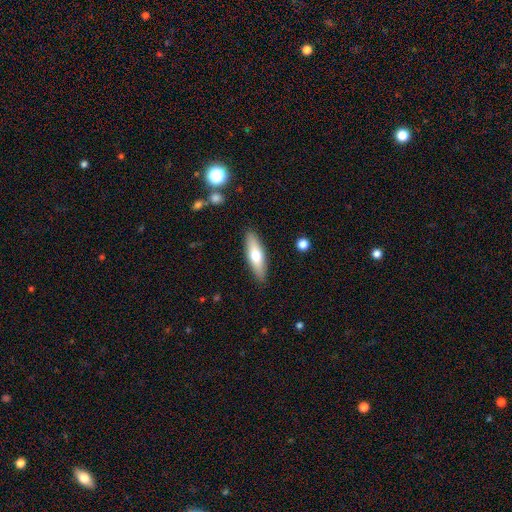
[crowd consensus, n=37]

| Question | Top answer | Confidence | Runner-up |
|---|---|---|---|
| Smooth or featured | smooth | 59% | featured or disk (35%) |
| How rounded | cigar-shaped | 55% | in between (36%) |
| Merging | none | 91% | minor disturbance (9%) |